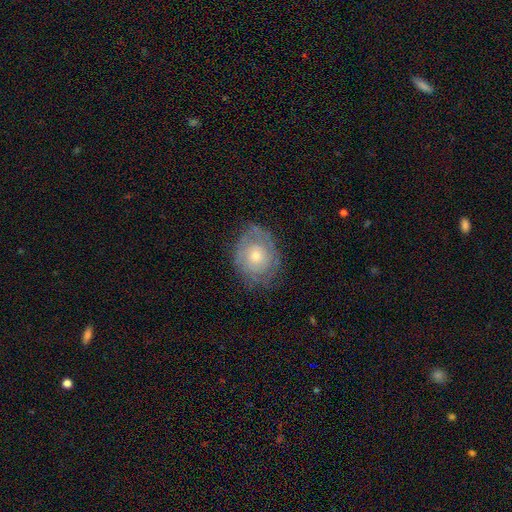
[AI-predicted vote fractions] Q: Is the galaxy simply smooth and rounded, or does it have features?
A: featured or disk — 57%.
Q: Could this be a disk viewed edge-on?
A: no — 95%.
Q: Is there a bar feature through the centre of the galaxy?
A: no — 85%.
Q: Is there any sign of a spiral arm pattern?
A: yes — 63%.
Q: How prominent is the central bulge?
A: moderate — 48%.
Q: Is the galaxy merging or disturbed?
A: none — 66%.